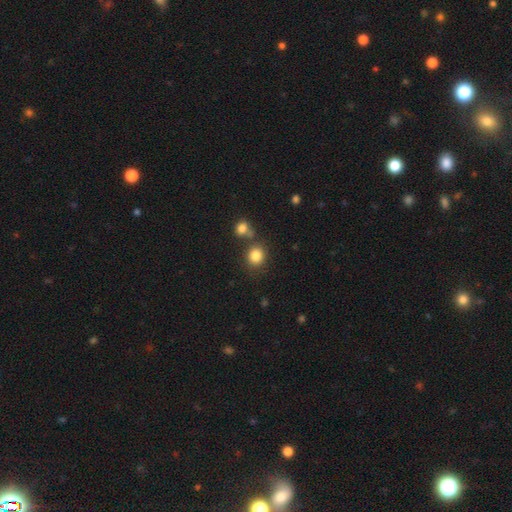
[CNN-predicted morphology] Smooth or featured? Predicted: smooth (p=0.84). How rounded? Predicted: round (p=0.79). Merging? Predicted: none (p=0.70).